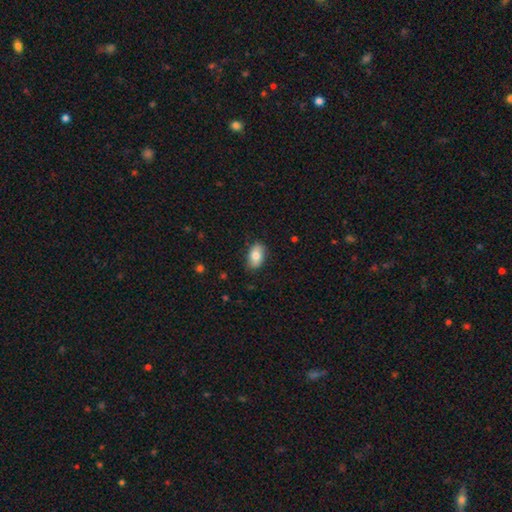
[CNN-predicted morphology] The model was most divided on "smooth or featured": smooth: 79%, featured or disk: 14%, star or artifact: 7%. More confident: how rounded — in between (91%); merging — none (84%).